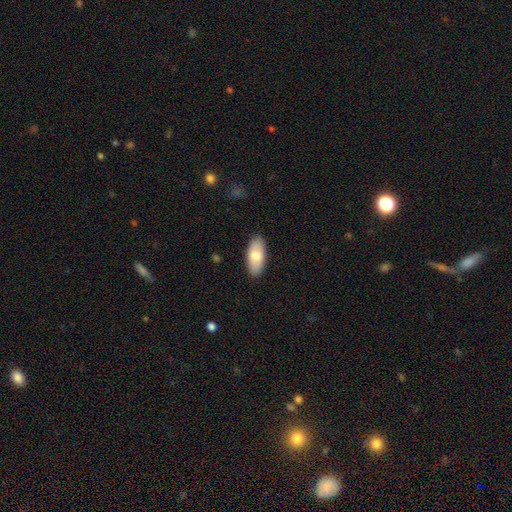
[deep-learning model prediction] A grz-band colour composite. It shows a smooth galaxy with no disk features (75%) that is in between round and cigar-shaped (89%). Merging: none (88%).